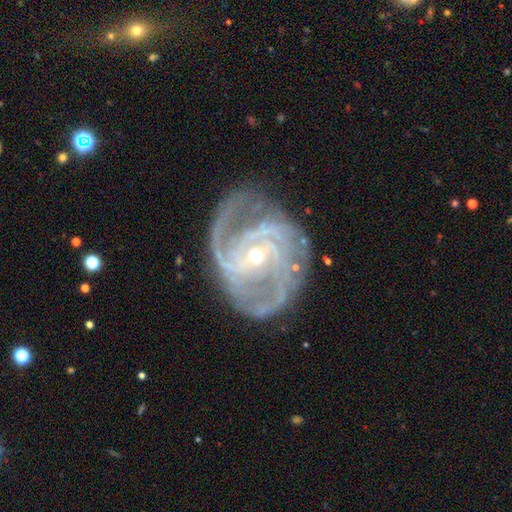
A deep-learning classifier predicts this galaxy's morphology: smooth-or-featured: featured or disk: 91% | star or artifact: 6% | smooth: 3%
  disk-edge-on: no: 97% | yes: 3%
    bar: no: 41% | weak: 38% | strong: 20%
    has-spiral-arms: yes: 98% | no: 2%
      spiral-winding: tight: 46% | medium: 43% | loose: 10%
      spiral-arm-count: 2: 36% | 3: 27% | can't tell: 14% | 4: 11% | more than 4: 6% | 1: 6%
    bulge-size: small: 60% | moderate: 37% | large: 1% | none: 1% | dominant: 1%
  merging: none: 66% | minor disturbance: 20% | major disturbance: 12% | merger: 2%